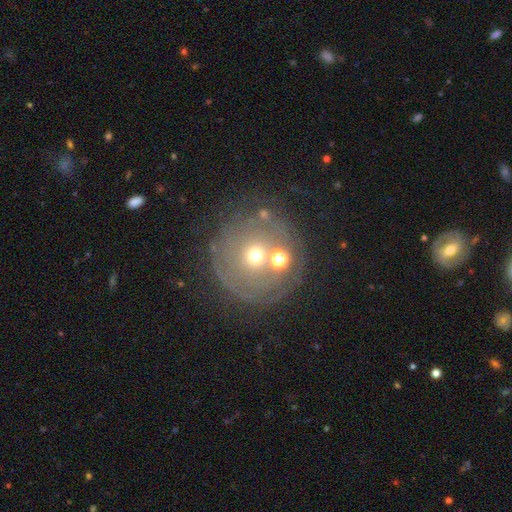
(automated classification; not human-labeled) smooth_or_featured: featured or disk (p=0.40) [tied with: smooth p=0.40]
merging: none (p=0.60) [alt: minor disturbance p=0.16]